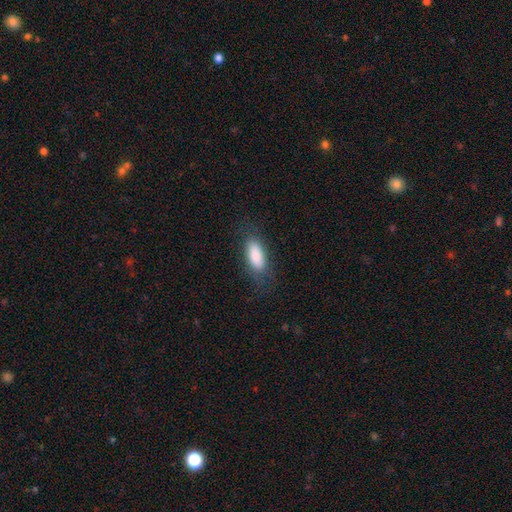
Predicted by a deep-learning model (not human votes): Smooth or featured? smooth (86%)
How rounded? in between (81%)
Merging? none (78%)